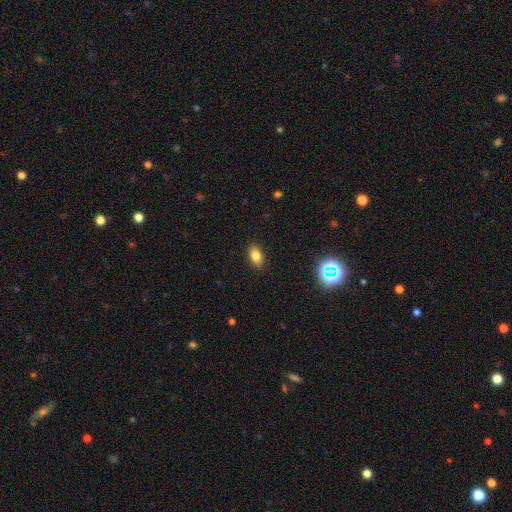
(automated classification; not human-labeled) Smooth or featured?
  - smooth: 80% *
  - star or artifact: 11%
  - featured or disk: 9%
How rounded?
  - in between: 87% *
  - round: 10%
  - cigar-shaped: 2%
Merging?
  - none: 89% *
  - minor disturbance: 8%
  - major disturbance: 2%
  - merger: 1%